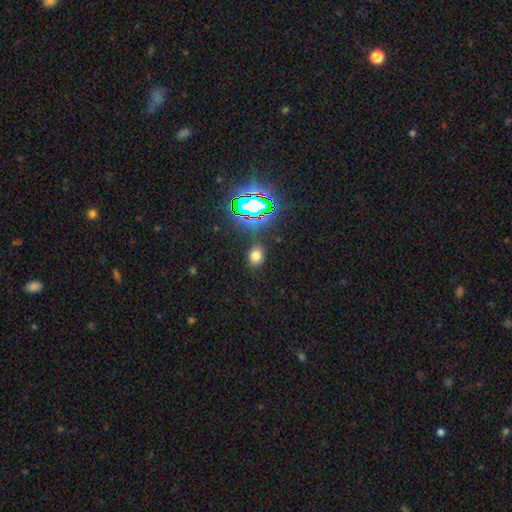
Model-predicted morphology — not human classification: type=smooth (67%); roundness=round (52%); merging=none (84%).